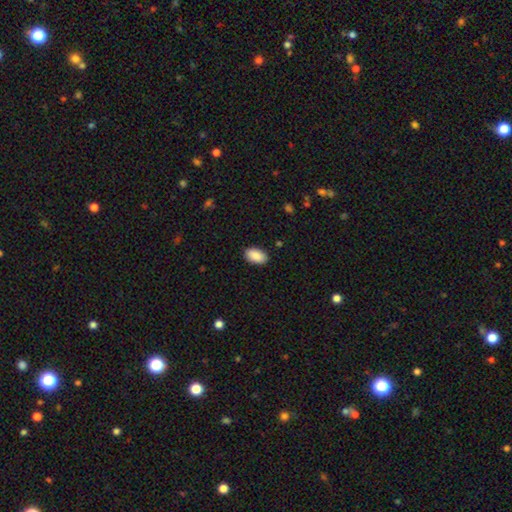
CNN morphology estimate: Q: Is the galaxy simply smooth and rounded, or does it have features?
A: smooth — 90%.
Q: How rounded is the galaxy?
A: in between — 95%.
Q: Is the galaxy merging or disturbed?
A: none — 89%.